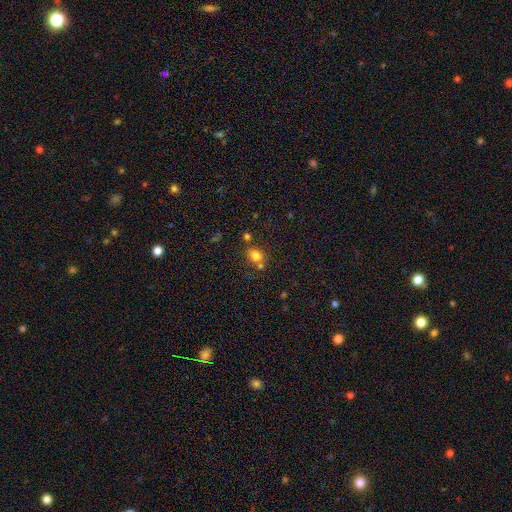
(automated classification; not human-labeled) smooth_or_featured: smooth (p=0.77) [alt: star or artifact p=0.14]
how_rounded: round (p=0.59) [alt: in between p=0.40]
merging: none (p=0.63) [alt: merger p=0.20]